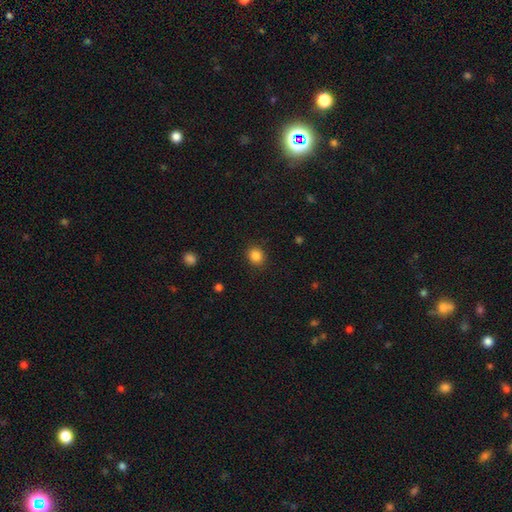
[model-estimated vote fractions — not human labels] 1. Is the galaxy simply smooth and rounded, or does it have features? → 86% smooth, 11% star or artifact, 4% featured or disk.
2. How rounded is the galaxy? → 78% round, 21% in between, 1% cigar-shaped.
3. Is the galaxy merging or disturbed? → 90% none, 7% minor disturbance, 2% major disturbance, 1% merger.